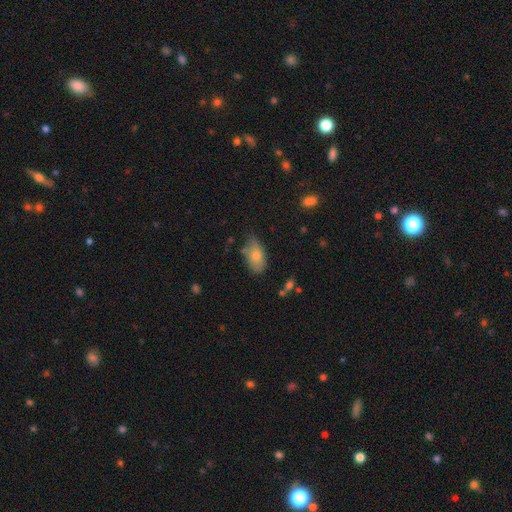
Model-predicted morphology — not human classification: smooth-or-featured: smooth: 76% | featured or disk: 16% | star or artifact: 8%
  how-rounded: in between: 92% | round: 6% | cigar-shaped: 2%
  merging: none: 57% | minor disturbance: 32% | major disturbance: 7% | merger: 4%